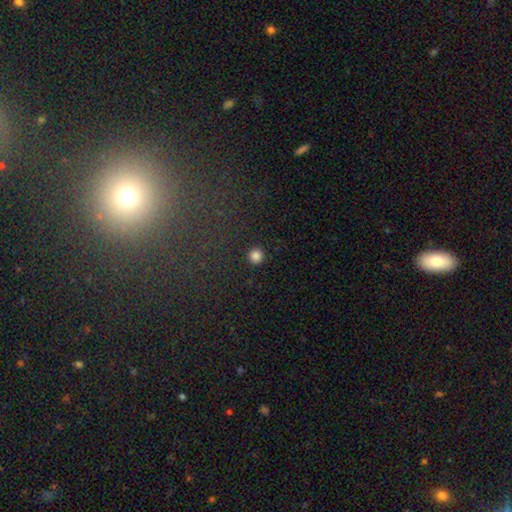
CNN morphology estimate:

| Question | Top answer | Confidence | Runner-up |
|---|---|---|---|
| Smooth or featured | smooth | 84% | star or artifact (13%) |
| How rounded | round | 96% | in between (3%) |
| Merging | none | 92% | minor disturbance (5%) |